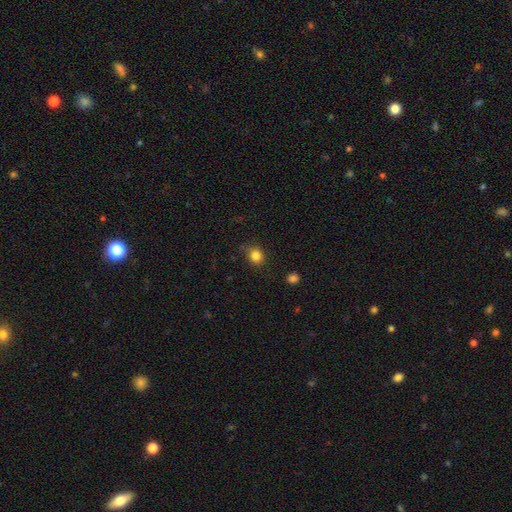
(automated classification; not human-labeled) Overall: smooth (83%). How rounded: round (79%). Merging: none (83%).